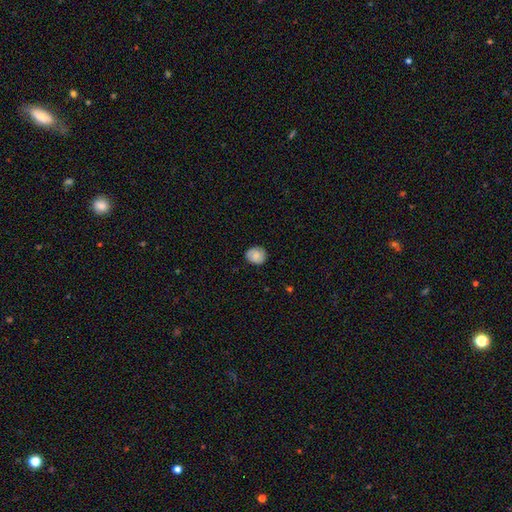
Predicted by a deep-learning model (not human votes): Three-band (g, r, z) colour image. It shows a smooth galaxy with no disk features (78%) that is round (73%). Merging: none (84%).